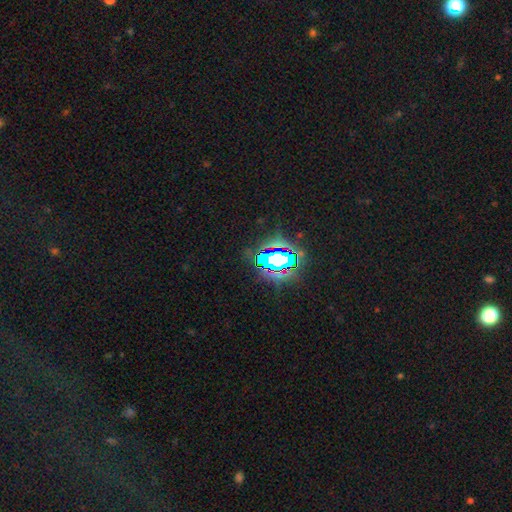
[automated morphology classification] A star or artifact, not a galaxy (80%).